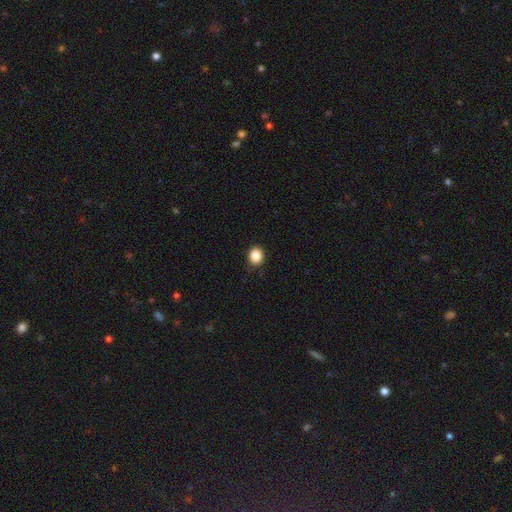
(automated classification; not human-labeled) smooth-or-featured: smooth: 87% | star or artifact: 10% | featured or disk: 4%
  how-rounded: round: 68% | in between: 31% | cigar-shaped: 1%
  merging: none: 89% | minor disturbance: 9% | major disturbance: 2% | merger: 1%